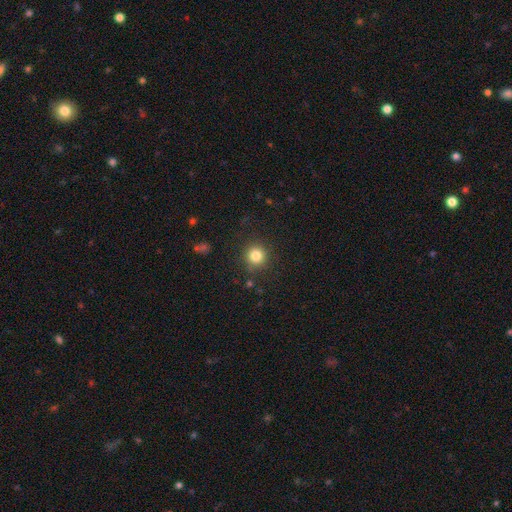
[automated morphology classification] smooth_or_featured: smooth (p=0.82) [alt: star or artifact p=0.12]
how_rounded: round (p=0.93) [alt: in between p=0.06]
merging: none (p=0.88) [alt: minor disturbance p=0.08]